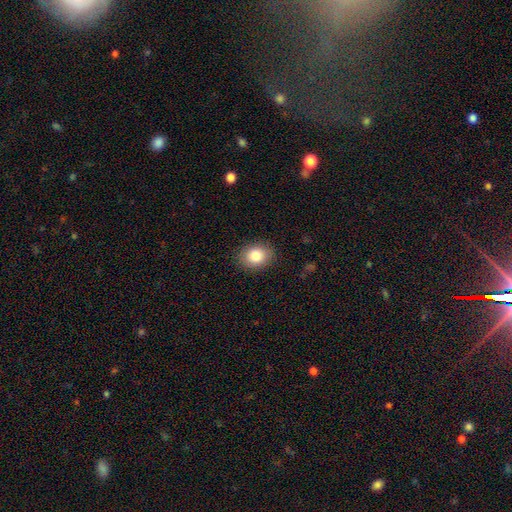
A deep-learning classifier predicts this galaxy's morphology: This appears to be a smooth galaxy with no disk features (83%) that is in between round and cigar-shaped (57%). Merging: none (88%).